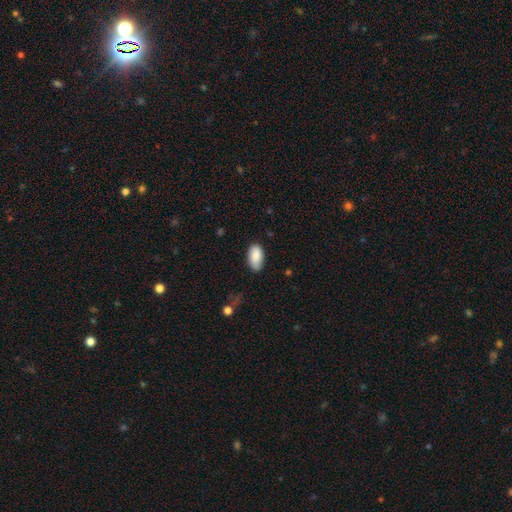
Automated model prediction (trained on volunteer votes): This is clearly a smooth galaxy (87%). How rounded: clearly in between (94%). Merging: likely none (71%).